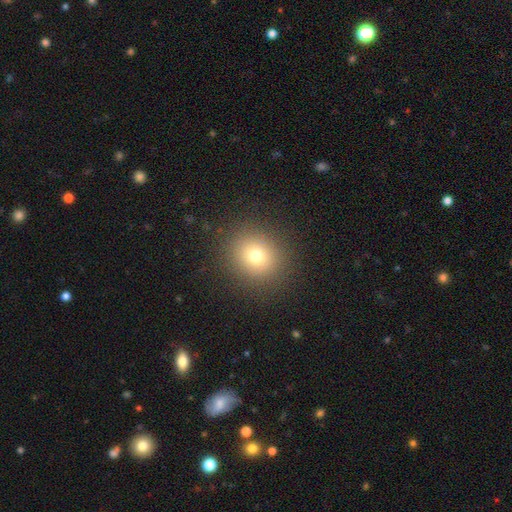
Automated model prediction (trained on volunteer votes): Smooth or featured? smooth (74%)
How rounded? round (81%)
Merging? none (89%)